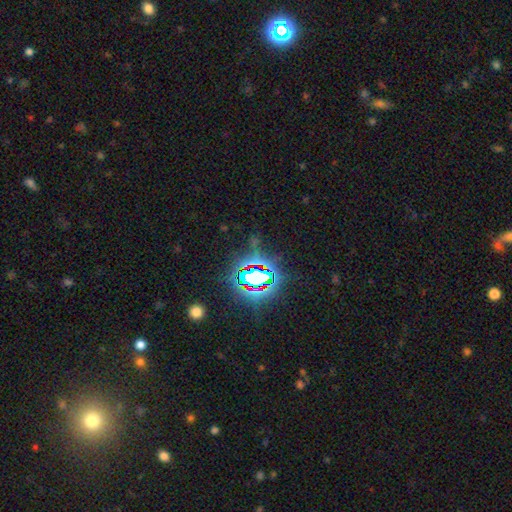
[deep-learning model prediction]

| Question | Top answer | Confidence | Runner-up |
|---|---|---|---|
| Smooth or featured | star or artifact | 79% | smooth (12%) |